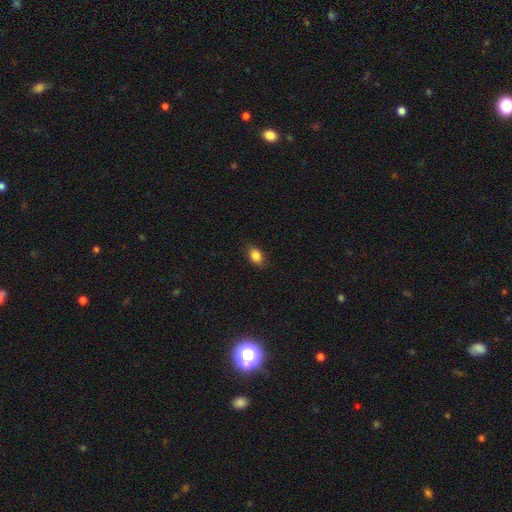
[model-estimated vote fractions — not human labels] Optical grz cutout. It shows a smooth galaxy with no disk features (86%) that is in between round and cigar-shaped (78%). Merging: none (83%).